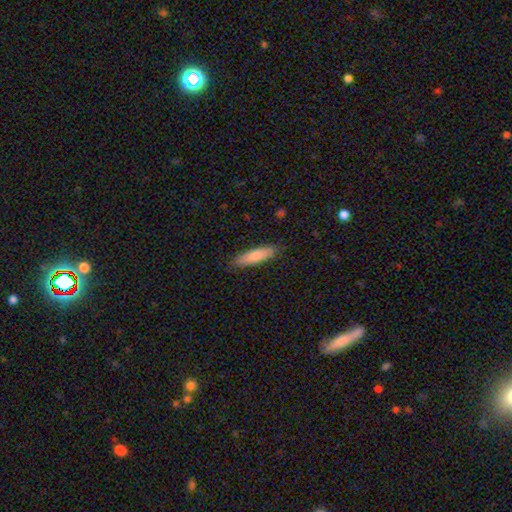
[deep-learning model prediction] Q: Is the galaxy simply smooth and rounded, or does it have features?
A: smooth — 83%.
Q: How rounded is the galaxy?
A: cigar-shaped — 74%.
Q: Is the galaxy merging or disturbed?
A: none — 88%.